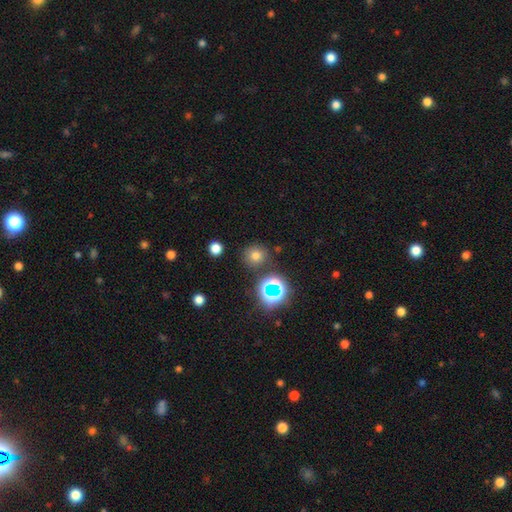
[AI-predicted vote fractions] Smooth or featured? Predicted: smooth (p=0.69). How rounded? Predicted: round (p=0.89). Merging? Predicted: none (p=0.83).